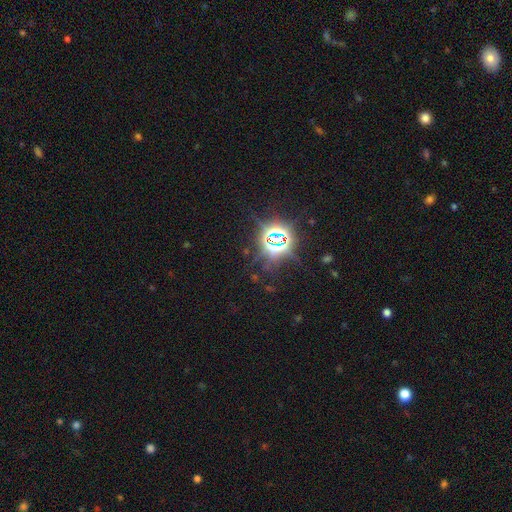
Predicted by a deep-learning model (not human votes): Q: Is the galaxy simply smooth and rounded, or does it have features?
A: star or artifact — 74%.